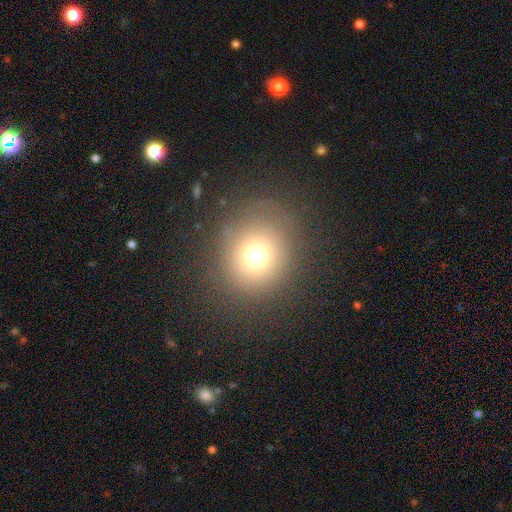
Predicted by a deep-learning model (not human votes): A smooth galaxy with no disk features (71%) that is round (86%).

Vote fractions:
- Smooth or featured? smooth: 71% / star or artifact: 18% / featured or disk: 11%
- How rounded? round: 86% / in between: 13% / cigar-shaped: 1%
- Merging? none: 82% / minor disturbance: 10% / major disturbance: 7% / merger: 1%